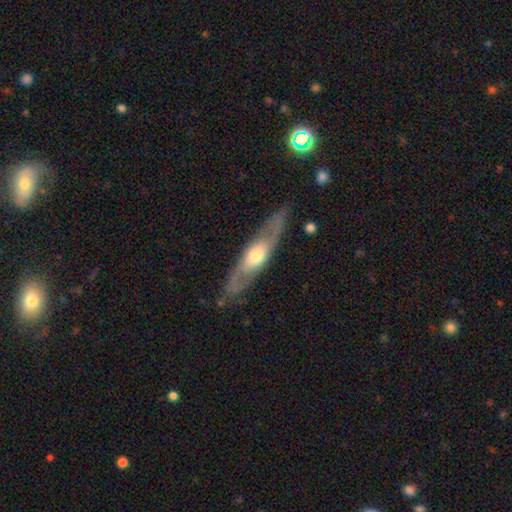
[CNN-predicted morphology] smooth-or-featured: featured or disk: 68% | smooth: 27% | star or artifact: 5%
  disk-edge-on: no: 55% | yes: 45%
  merging: none: 82% | minor disturbance: 12% | major disturbance: 4% | merger: 2%